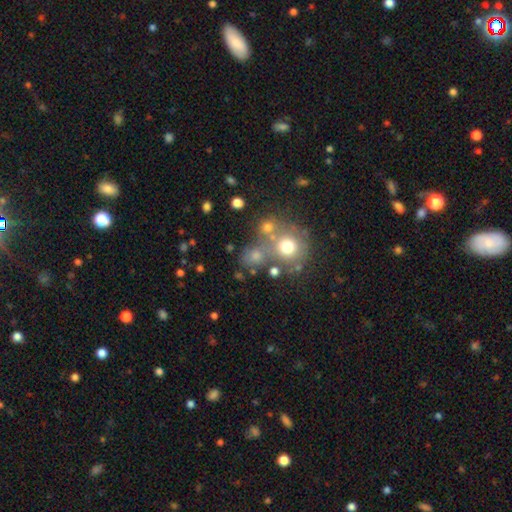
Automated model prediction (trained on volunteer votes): This appears to be a smooth galaxy with no disk features (69%) that is round (73%). Merging: none (50%).